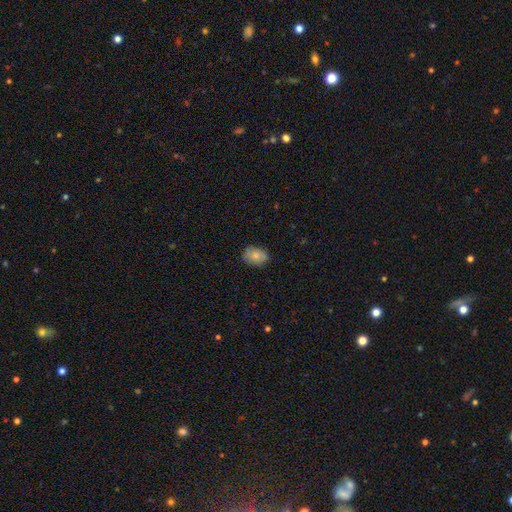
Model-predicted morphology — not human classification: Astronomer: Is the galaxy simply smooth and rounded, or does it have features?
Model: smooth — 77%.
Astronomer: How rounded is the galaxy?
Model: in between — 74%.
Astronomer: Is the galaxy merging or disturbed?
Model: none — 77%.